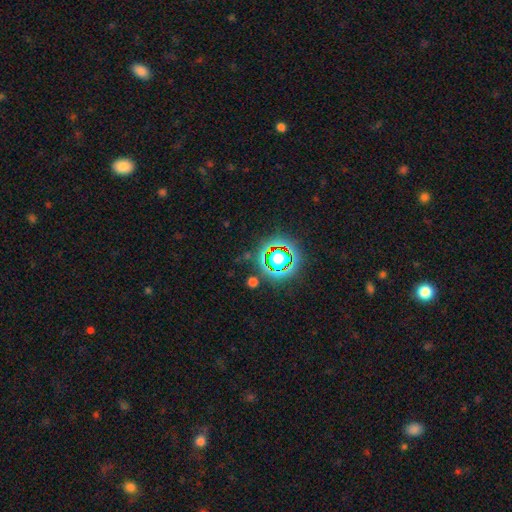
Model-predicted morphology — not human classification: Smooth or featured: star or artifact — 80% (smooth — 12%)